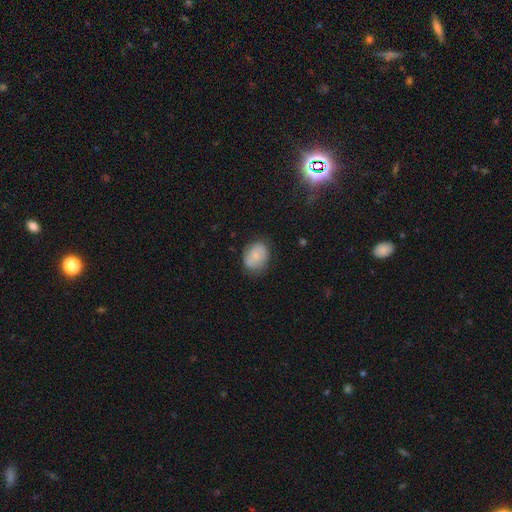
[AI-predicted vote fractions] smooth 67%, featured or disk 26%, star or artifact 8%. Down the decision tree: how rounded — in between (50%); merging — none (74%).